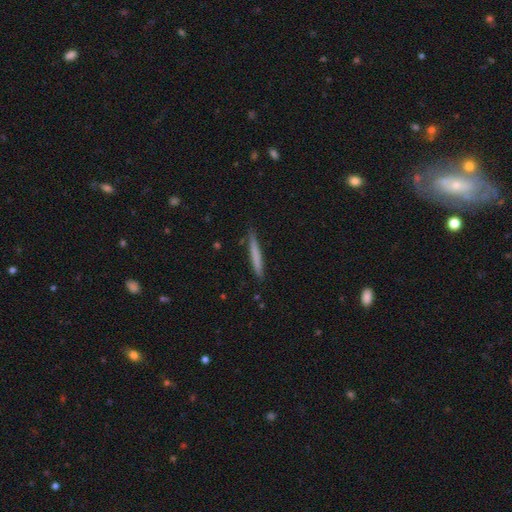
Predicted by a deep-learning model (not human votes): The model was most divided on "smooth or featured": smooth: 69%, featured or disk: 25%, star or artifact: 6%. More confident: how rounded — cigar-shaped (96%); merging — none (87%).